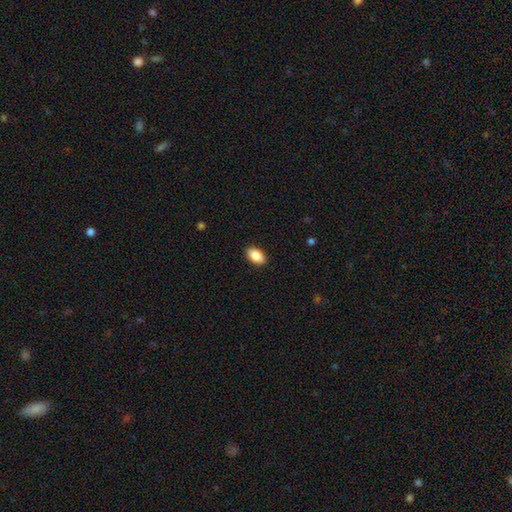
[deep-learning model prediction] The model was most divided on "smooth or featured": smooth: 87%, star or artifact: 7%, featured or disk: 6%. More confident: how rounded — in between (93%); merging — none (90%).